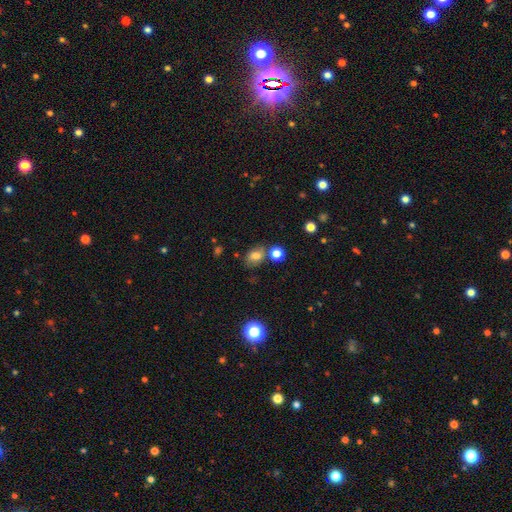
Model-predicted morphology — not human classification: Smooth or featured? smooth (74%)
How rounded? in between (65%)
Merging? none (64%)